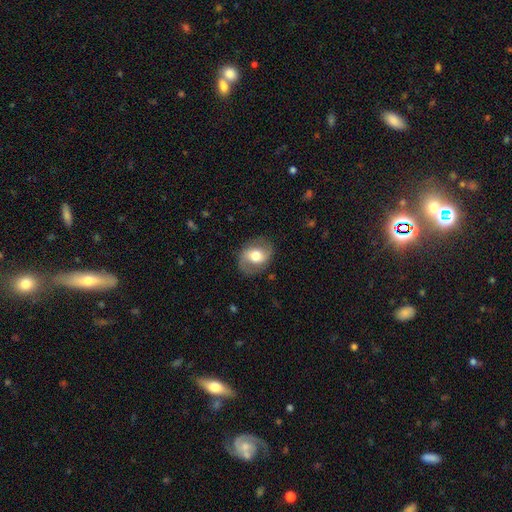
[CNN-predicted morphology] Q: Smooth or featured?
A: featured or disk (57%); runner-up: smooth (36%)
Q: Edge-on disk?
A: no (96%); runner-up: yes (4%)
Q: Bar?
A: no (44%); runner-up: weak (36%)
Q: Spiral arms?
A: yes (77%); runner-up: no (23%)
Q: Bulge size?
A: moderate (61%); runner-up: large (28%)
Q: Merging?
A: none (81%); runner-up: minor disturbance (13%)